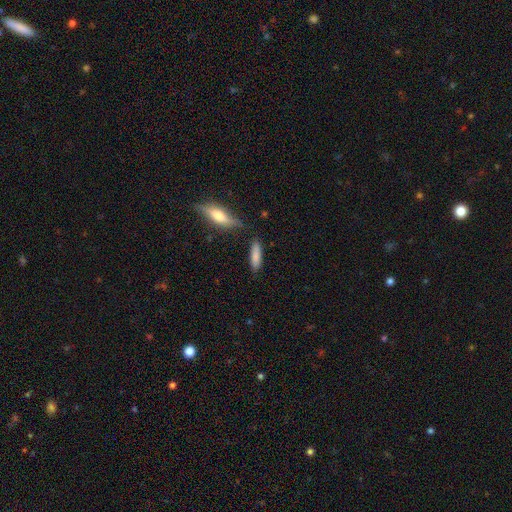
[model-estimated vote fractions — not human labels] smooth_or_featured: smooth (p=0.82) [alt: featured or disk p=0.12]
how_rounded: cigar-shaped (p=0.58) [alt: in between p=0.40]
merging: none (p=0.74) [alt: minor disturbance p=0.15]